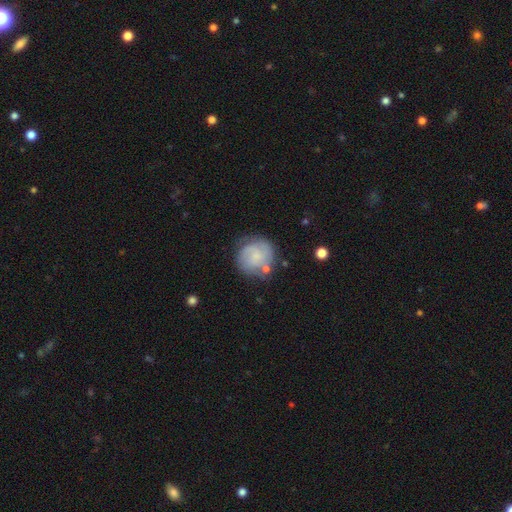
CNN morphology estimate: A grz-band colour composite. It shows a featured or disk galaxy (50%). Merging: none (64%).